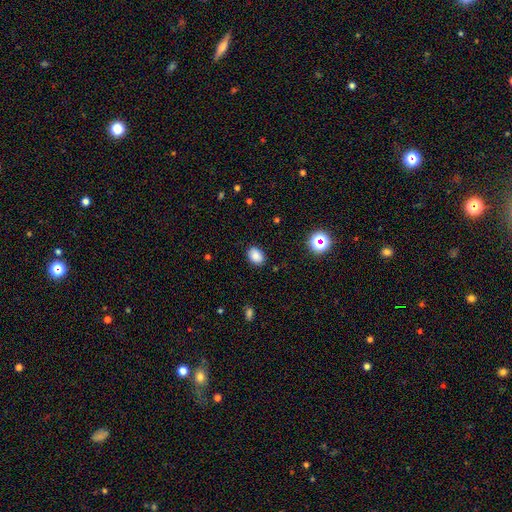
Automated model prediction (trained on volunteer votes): Overall: smooth (84%). How rounded: in between (72%). Merging: none (86%).